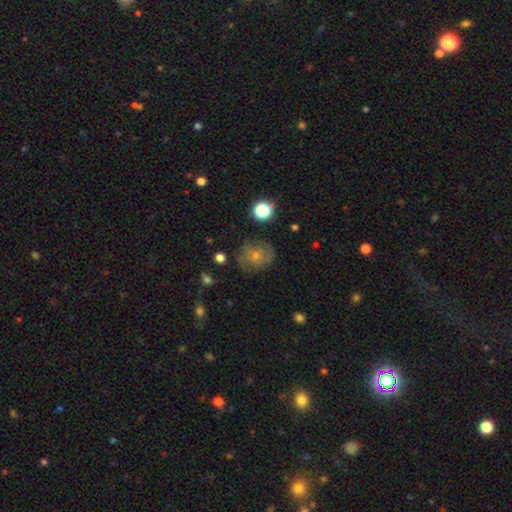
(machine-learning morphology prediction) Q: Smooth or featured?
A: featured or disk (48%); runner-up: smooth (35%)
Q: Merging?
A: none (75%); runner-up: minor disturbance (17%)